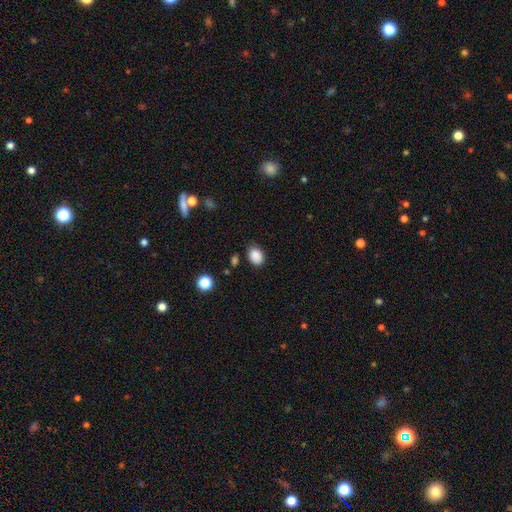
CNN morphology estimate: Smooth or featured? smooth (87%)
How rounded? in between (63%)
Merging? none (75%)